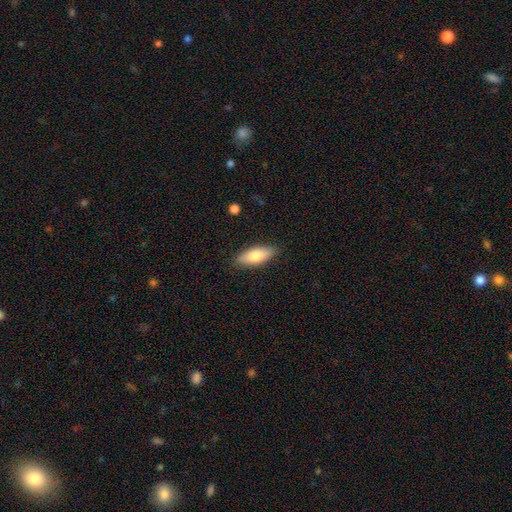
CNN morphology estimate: Smooth or featured: smooth — 77% (featured or disk — 17%)
How rounded: in between — 74% (cigar-shaped — 24%)
Merging: none — 87% (minor disturbance — 10%)